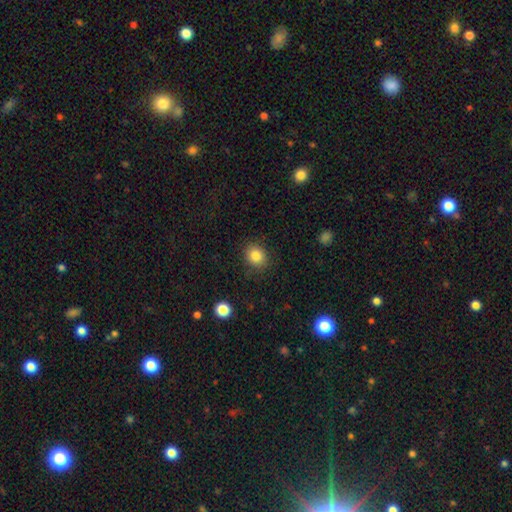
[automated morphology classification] Smooth or featured? Predicted: smooth (p=0.84). How rounded? Predicted: round (p=0.72). Merging? Predicted: none (p=0.86).